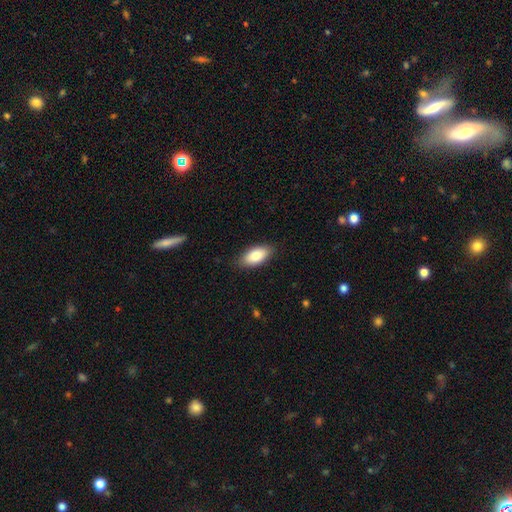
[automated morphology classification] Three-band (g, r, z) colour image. It shows a smooth galaxy with no disk features (83%) that is in between round and cigar-shaped (89%). Merging: none (86%).